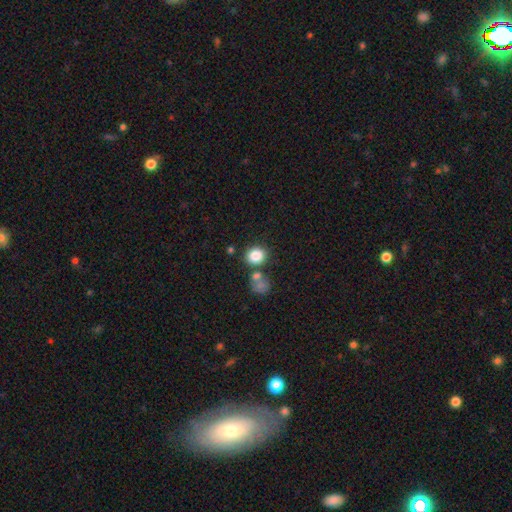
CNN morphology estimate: smooth_or_featured: smooth (p=0.84) [alt: star or artifact p=0.10]
how_rounded: round (p=0.77) [alt: in between p=0.22]
merging: none (p=0.69) [alt: merger p=0.16]